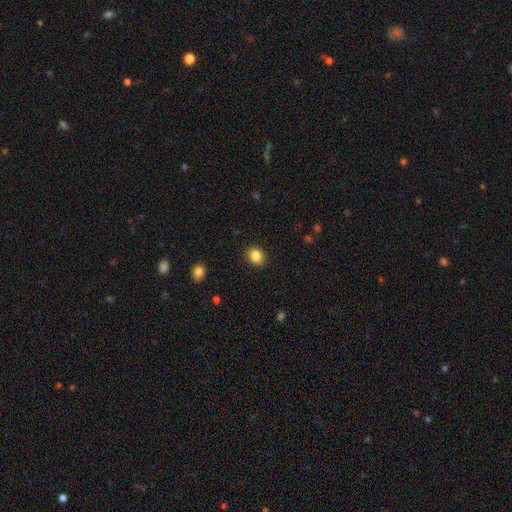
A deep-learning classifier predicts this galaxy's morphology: Overall: smooth (86%). How rounded: in between (51%; round 48%). Merging: none (90%).